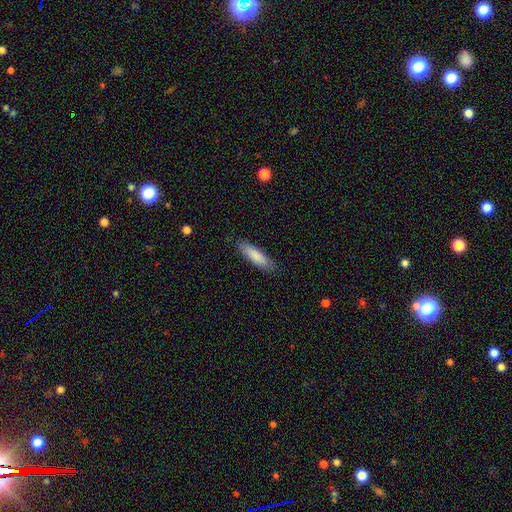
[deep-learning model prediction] A smooth galaxy with no disk features (84%) that is cigar-shaped (66%). Merging: none (84%).